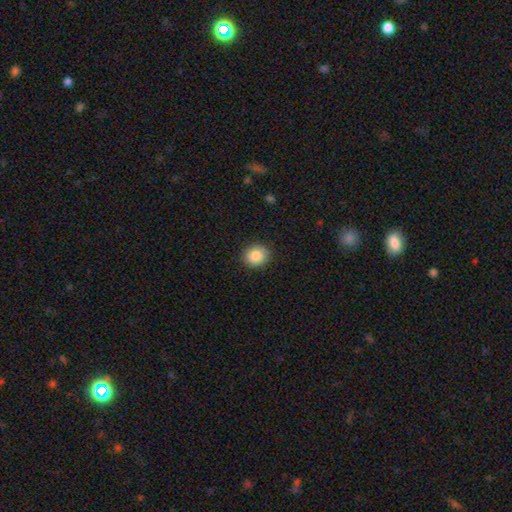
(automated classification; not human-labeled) This appears to be a smooth galaxy with no disk features (87%) that is round (76%). Merging: none (91%).